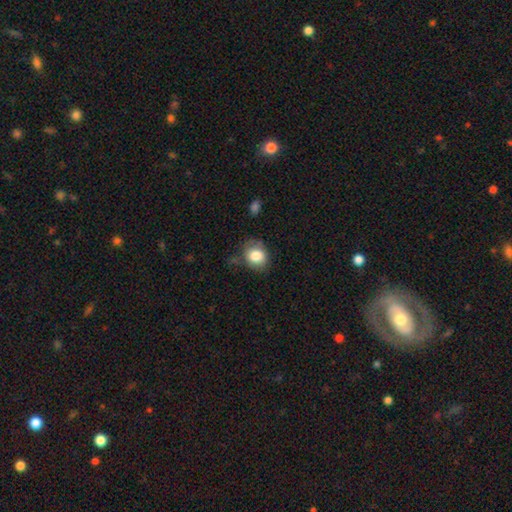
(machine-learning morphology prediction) Overall: smooth (83%). How rounded: round (67%; in between 32%). Merging: none (63%; minor disturbance 25%).